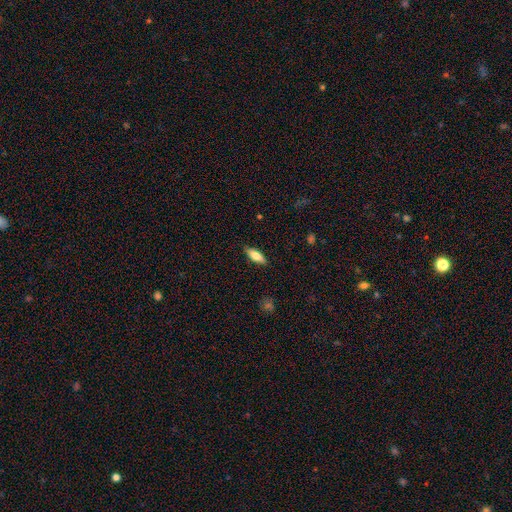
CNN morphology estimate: smooth-or-featured: smooth: 68% | featured or disk: 26% | star or artifact: 6%
  how-rounded: in between: 63% | cigar-shaped: 34% | round: 2%
  merging: none: 88% | minor disturbance: 9% | major disturbance: 2% | merger: 1%